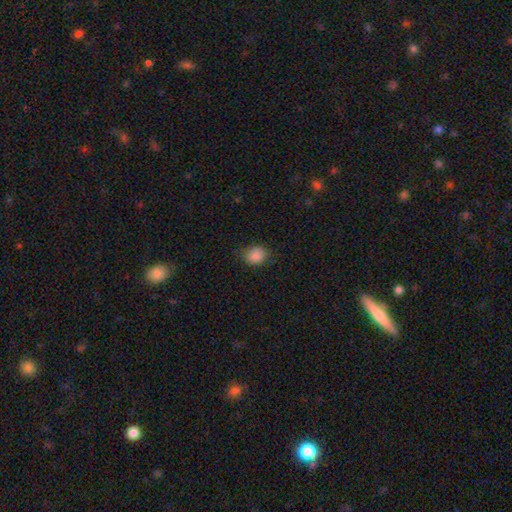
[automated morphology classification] smooth 87%, star or artifact 9%, featured or disk 4%. Down the decision tree: how rounded — round (51%); merging — none (75%).